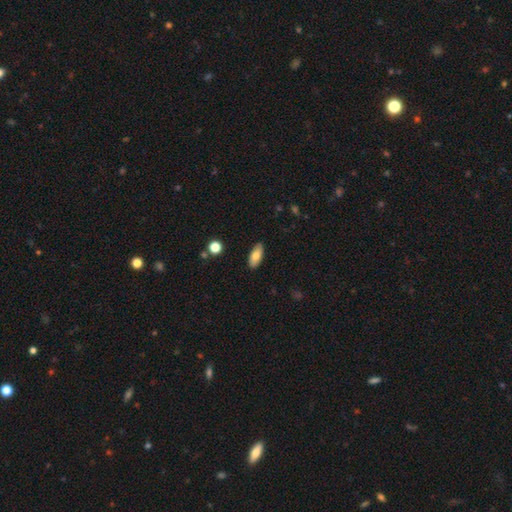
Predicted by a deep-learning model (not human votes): Overall: smooth (78%). How rounded: in between (85%). Merging: none (87%).